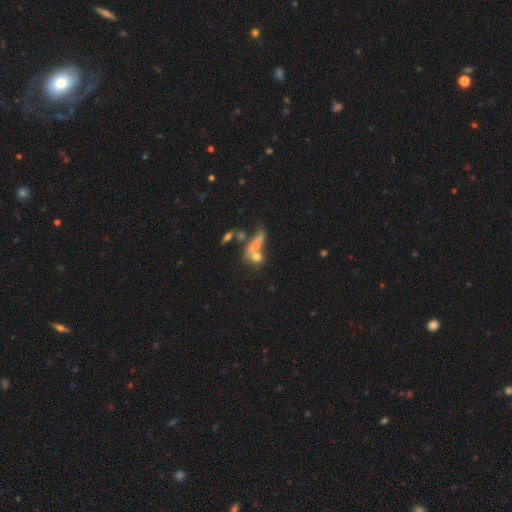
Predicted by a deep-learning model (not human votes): Q: Smooth or featured?
A: smooth (52%); runner-up: featured or disk (31%)
Q: How rounded?
A: in between (49%); runner-up: round (37%)
Q: Merging?
A: merger (48%); runner-up: none (27%)